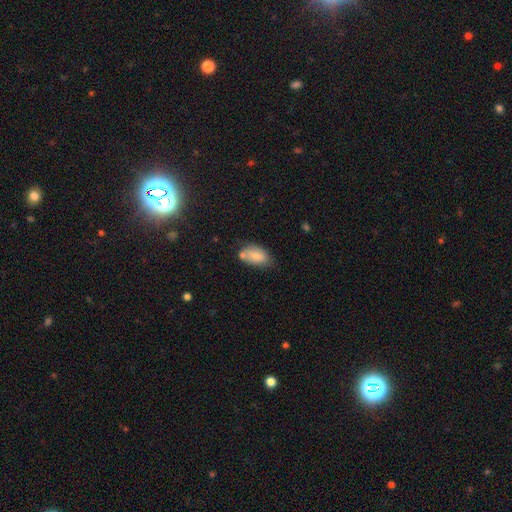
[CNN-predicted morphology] Overall: smooth (79%). How rounded: in between (91%). Merging: none (57%; minor disturbance 22%).